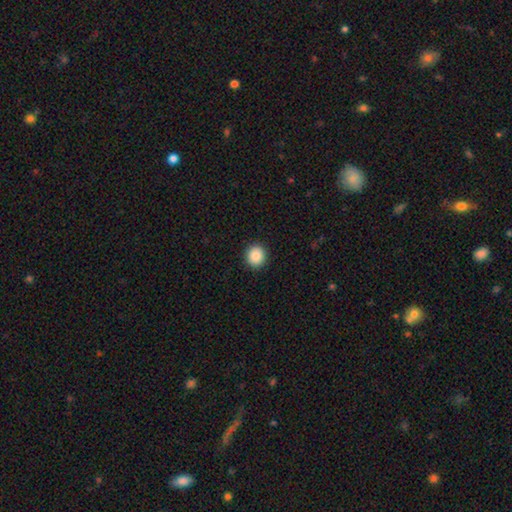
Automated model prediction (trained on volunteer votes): Overall: smooth (89%). How rounded: round (87%). Merging: none (92%).